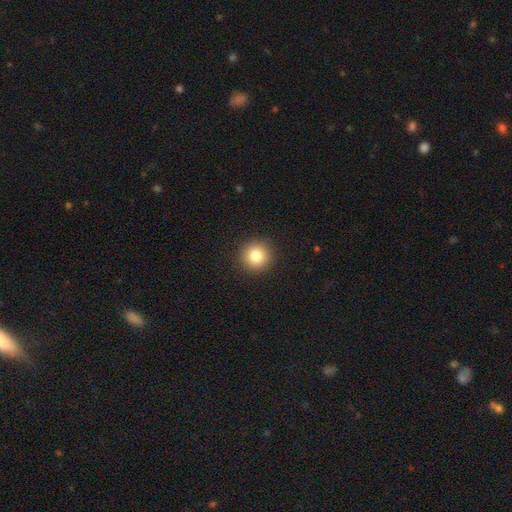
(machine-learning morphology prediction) This appears to be a smooth galaxy with no disk features (81%) that is round (94%). Merging: none (92%).